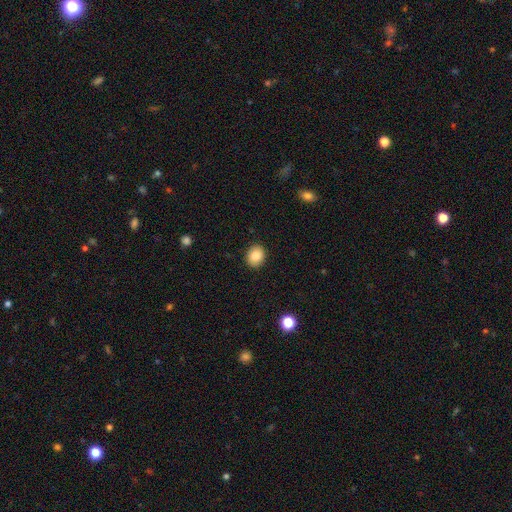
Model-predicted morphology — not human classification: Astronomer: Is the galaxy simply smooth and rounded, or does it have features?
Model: smooth — 87%.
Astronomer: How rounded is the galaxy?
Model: round — 53% (runner-up: in between, 46%).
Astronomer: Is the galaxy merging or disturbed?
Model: none — 89%.